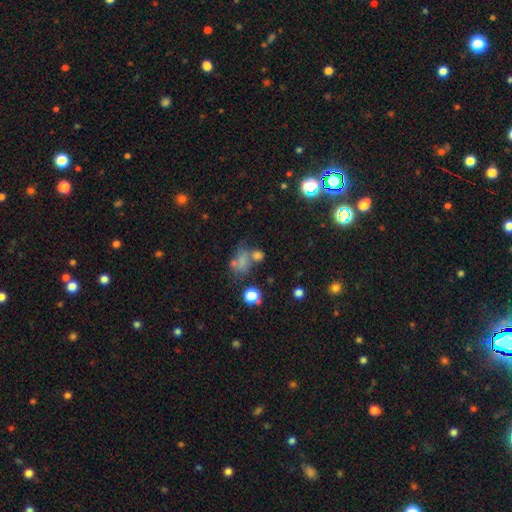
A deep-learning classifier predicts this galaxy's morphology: Smooth or featured?
  - smooth: 53% *
  - star or artifact: 30%
  - featured or disk: 17%
How rounded?
  - in between: 54% *
  - round: 43%
  - cigar-shaped: 3%
Merging?
  - none: 40% *
  - merger: 30%
  - minor disturbance: 16%
  - major disturbance: 13%